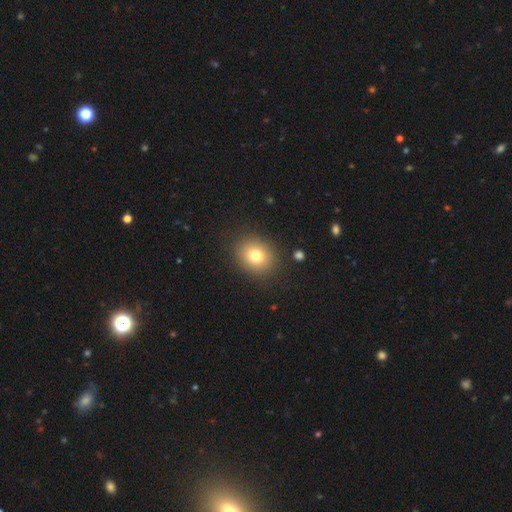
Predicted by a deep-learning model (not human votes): Q: Smooth or featured?
A: smooth (77%); runner-up: star or artifact (12%)
Q: How rounded?
A: round (67%); runner-up: in between (33%)
Q: Merging?
A: none (87%); runner-up: minor disturbance (8%)